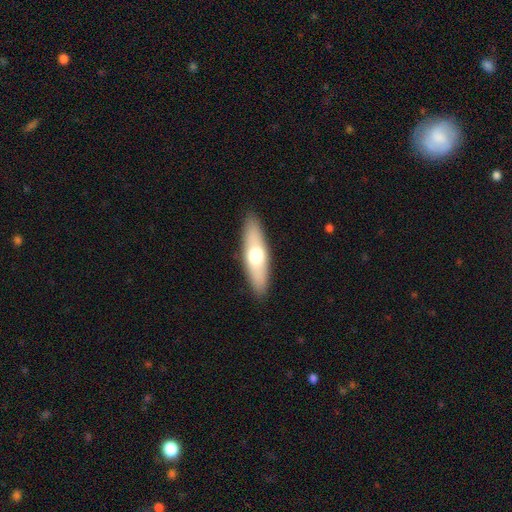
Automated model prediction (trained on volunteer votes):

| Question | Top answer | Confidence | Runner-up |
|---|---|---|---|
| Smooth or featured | smooth | 55% | featured or disk (39%) |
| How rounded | cigar-shaped | 59% | in between (39%) |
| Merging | none | 90% | minor disturbance (8%) |